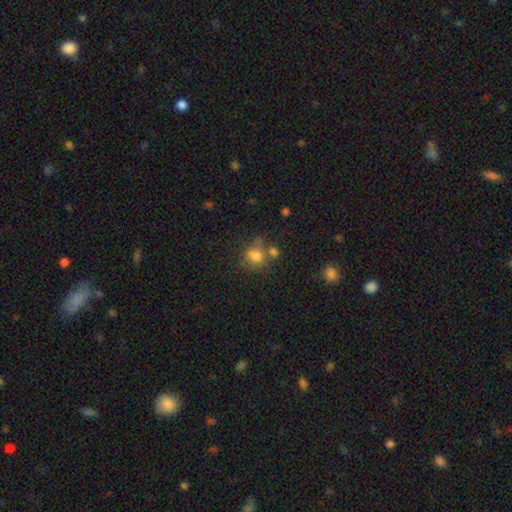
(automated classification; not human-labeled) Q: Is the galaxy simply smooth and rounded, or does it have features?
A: smooth — 73%.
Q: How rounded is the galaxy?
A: round — 62%.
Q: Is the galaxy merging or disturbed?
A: none — 41%.